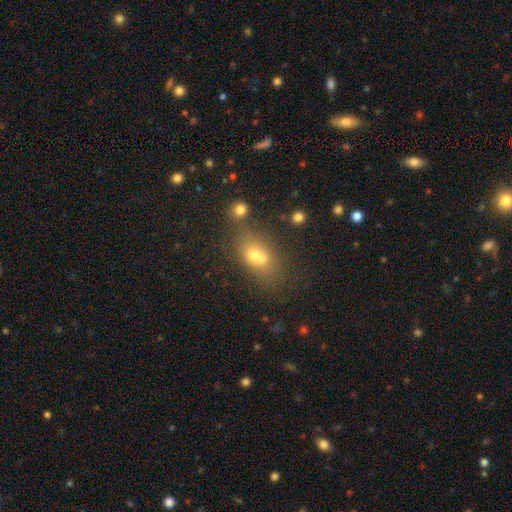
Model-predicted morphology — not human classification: A smooth galaxy with no disk features (62%) that is in between round and cigar-shaped (67%). Merging: merger (53%).